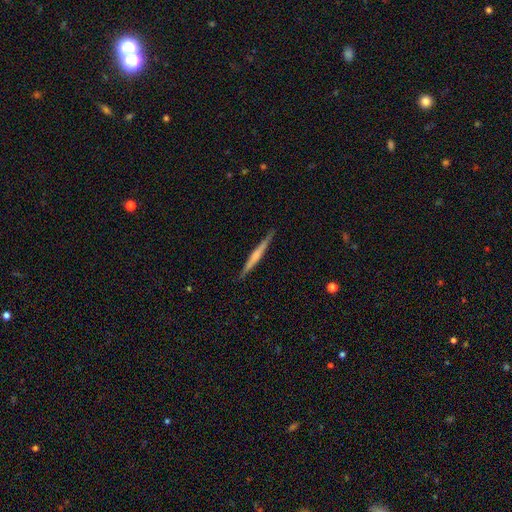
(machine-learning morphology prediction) featured or disk 57%, smooth 37%, star or artifact 5%. Down the decision tree: edge-on disk — yes (98%); edge-on bulge — none (48%); merging — none (89%).